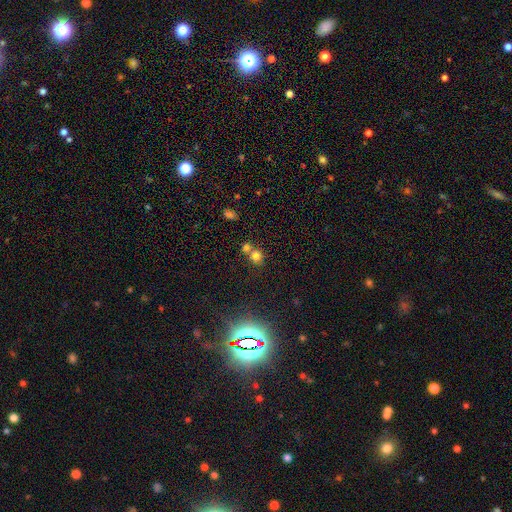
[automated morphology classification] Smooth or featured? smooth (73%)
How rounded? round (84%)
Merging? merger (45%, tied with none)